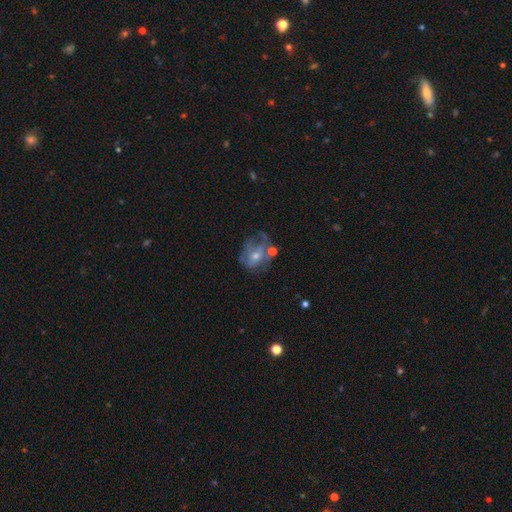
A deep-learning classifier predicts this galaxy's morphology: Q: Smooth or featured?
A: featured or disk (58%); runner-up: smooth (31%)
Q: Edge-on disk?
A: no (97%); runner-up: yes (3%)
Q: Bar?
A: no (70%); runner-up: weak (24%)
Q: Spiral arms?
A: no (56%); runner-up: yes (44%)
Q: Bulge size?
A: moderate (46%); runner-up: small (45%)
Q: Merging?
A: none (34%); runner-up: major disturbance (31%)